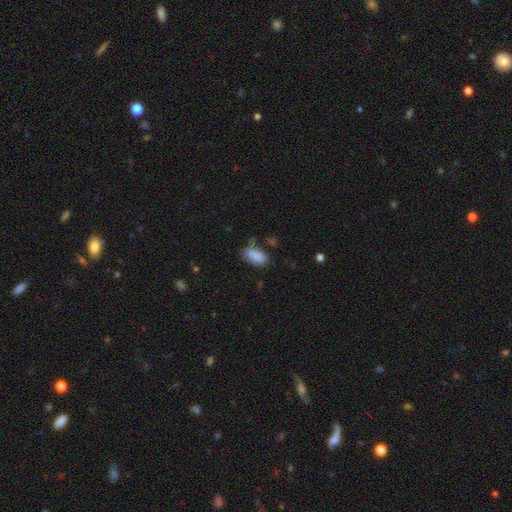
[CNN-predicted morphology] Q: Smooth or featured?
A: smooth (86%); runner-up: star or artifact (8%)
Q: How rounded?
A: in between (91%); runner-up: cigar-shaped (5%)
Q: Merging?
A: none (66%); runner-up: minor disturbance (24%)